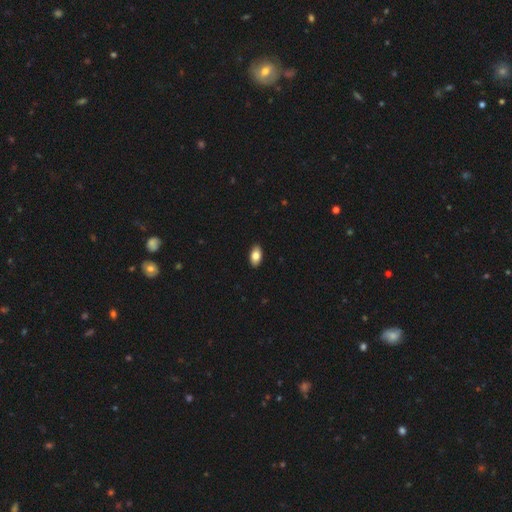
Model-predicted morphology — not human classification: Smooth or featured?
  - smooth: 84% *
  - featured or disk: 9%
  - star or artifact: 7%
How rounded?
  - in between: 93% *
  - round: 5%
  - cigar-shaped: 2%
Merging?
  - none: 90% *
  - minor disturbance: 7%
  - major disturbance: 1%
  - merger: 1%